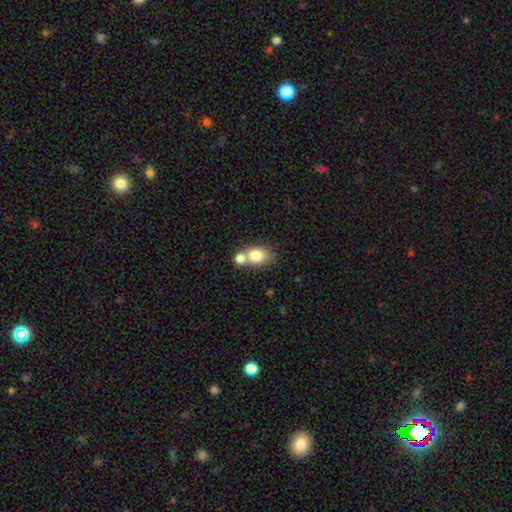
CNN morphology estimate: smooth-or-featured: smooth: 78% | featured or disk: 13% | star or artifact: 9%
  how-rounded: in between: 66% | round: 32% | cigar-shaped: 2%
  merging: merger: 52% | none: 35% | minor disturbance: 9% | major disturbance: 4%